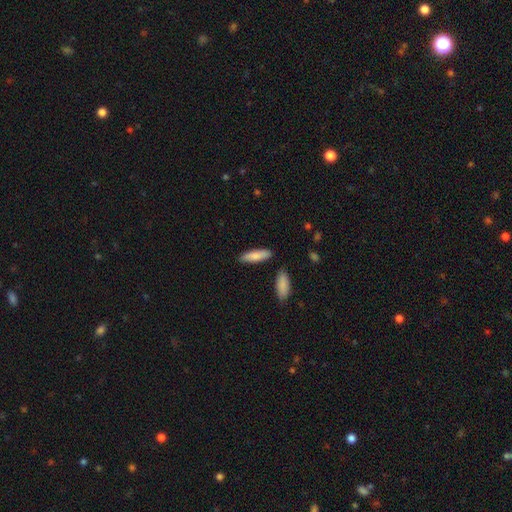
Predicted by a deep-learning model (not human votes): This appears to be a smooth galaxy with no disk features (82%) that is cigar-shaped (59%). Merging: none (82%).